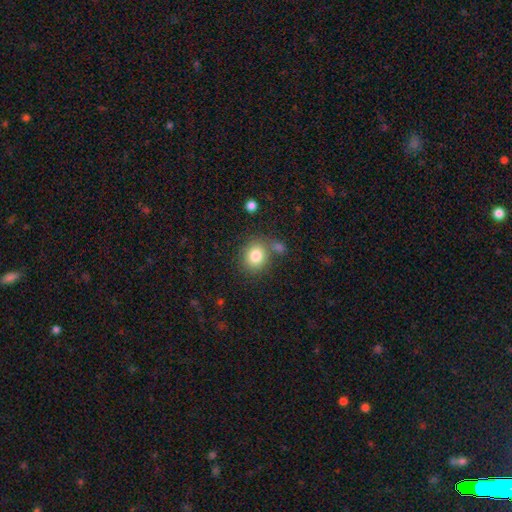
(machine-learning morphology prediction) The model was most divided on "how rounded": round: 71%, in between: 28%, cigar-shaped: 1%. More confident: smooth or featured — smooth (82%); merging — none (69%).